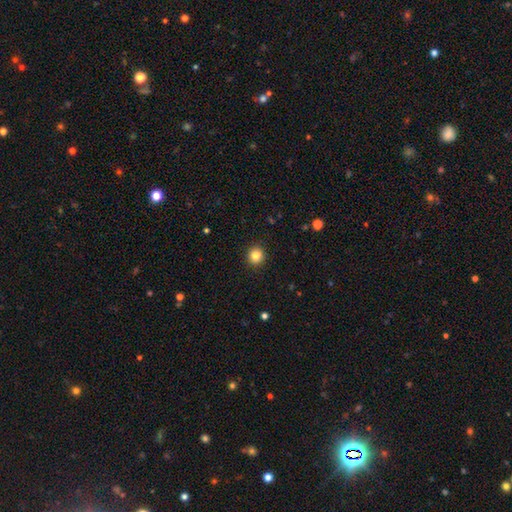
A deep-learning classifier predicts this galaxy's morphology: smooth-or-featured: smooth: 84% | star or artifact: 11% | featured or disk: 6%
  how-rounded: round: 89% | in between: 10% | cigar-shaped: 1%
  merging: none: 92% | minor disturbance: 6% | major disturbance: 2% | merger: 1%